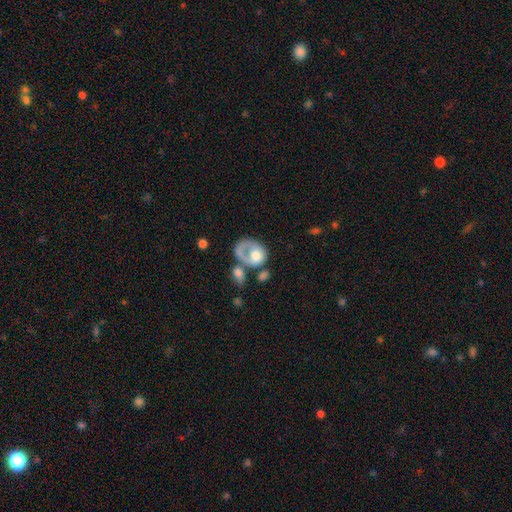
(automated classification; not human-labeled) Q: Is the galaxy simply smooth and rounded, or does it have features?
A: smooth — 53%.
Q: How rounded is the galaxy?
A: in between — 54%.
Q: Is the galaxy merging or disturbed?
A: major disturbance — 30%.